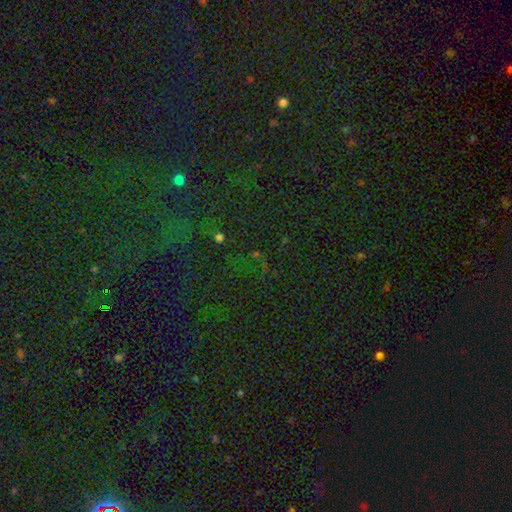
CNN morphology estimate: smooth-or-featured: star or artifact: 74% | smooth: 17% | featured or disk: 9%